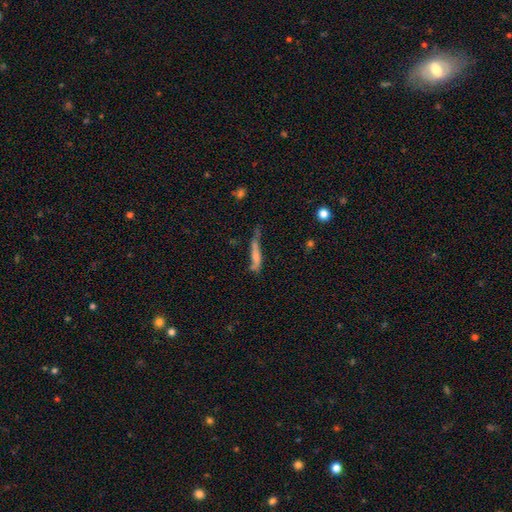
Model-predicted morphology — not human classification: smooth_or_featured: smooth (p=0.59) [alt: featured or disk p=0.31]
how_rounded: cigar-shaped (p=0.86) [alt: in between p=0.12]
merging: none (p=0.35) [alt: minor disturbance p=0.29]